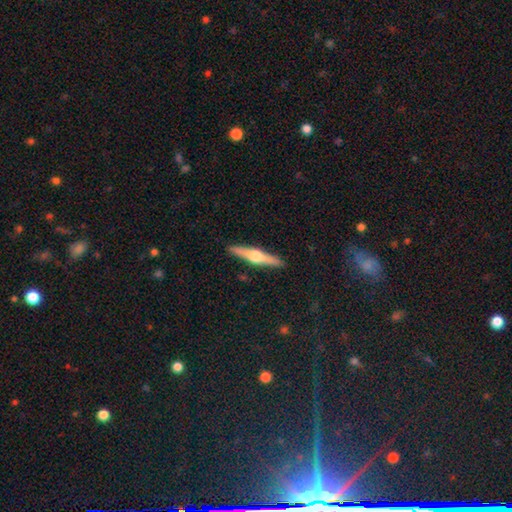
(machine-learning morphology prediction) This appears to be a featured or disk galaxy (69%) viewed edge-on (97%) with a rounded central bulge (94%). Merging: none (91%).